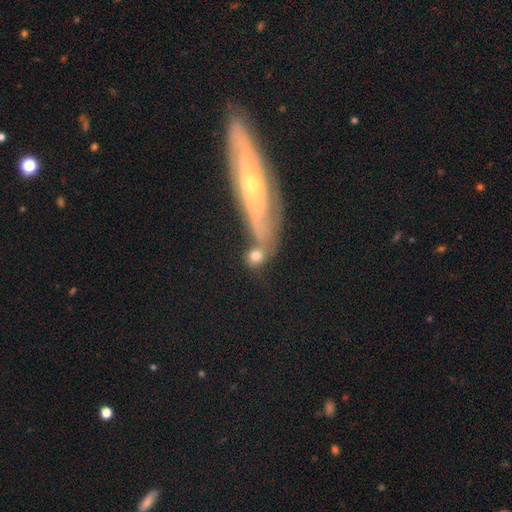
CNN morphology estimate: The model was most divided on "merging": none: 44%, merger: 33%, minor disturbance: 13%, major disturbance: 11%. More confident: smooth or featured — smooth (72%); how rounded — round (71%).